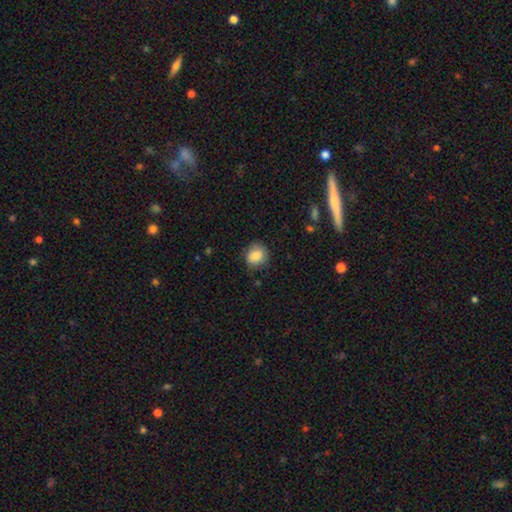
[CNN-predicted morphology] This is clearly a smooth galaxy (84%). How rounded: likely round (70%). Merging: likely none (75%).